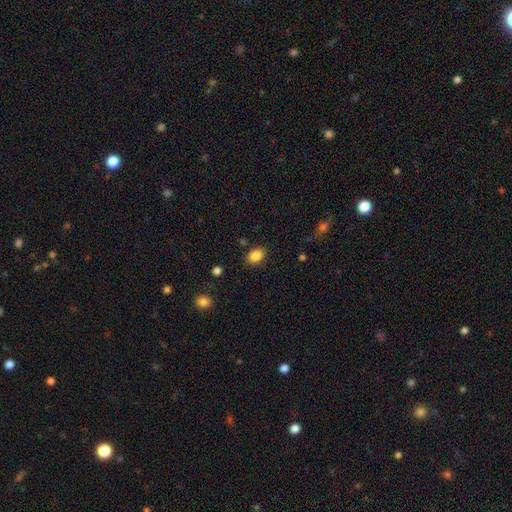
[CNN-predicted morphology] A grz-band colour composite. It shows a smooth galaxy with no disk features (85%) that is in between round and cigar-shaped (78%). Merging: none (86%).